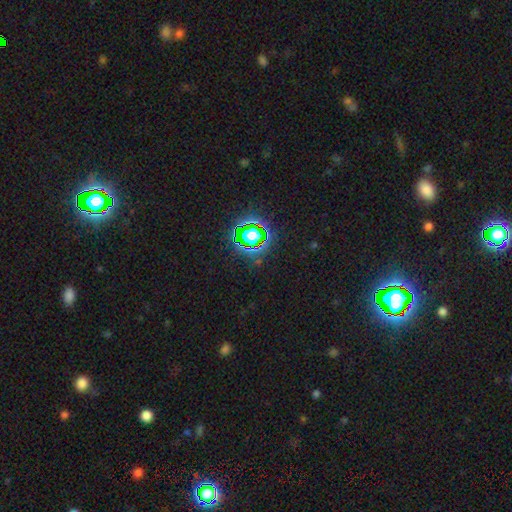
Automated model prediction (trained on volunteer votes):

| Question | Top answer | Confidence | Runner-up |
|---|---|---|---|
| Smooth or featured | star or artifact | 80% | smooth (13%) |